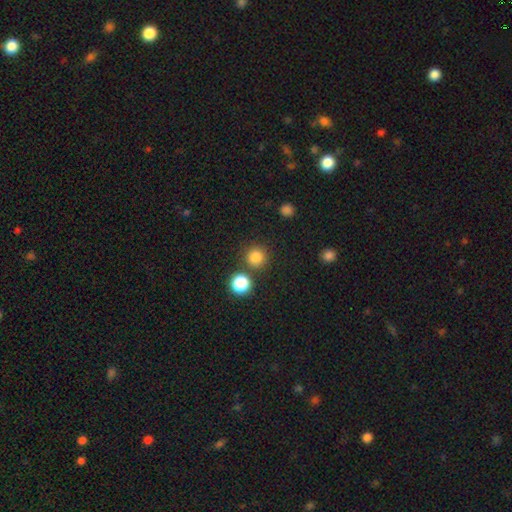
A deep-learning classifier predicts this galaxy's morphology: A smooth galaxy with no disk features (81%) that is round (94%).

Vote fractions:
- Smooth or featured? smooth: 81% / star or artifact: 14% / featured or disk: 4%
- How rounded? round: 94% / in between: 5% / cigar-shaped: 1%
- Merging? none: 83% / merger: 8% / minor disturbance: 7% / major disturbance: 3%